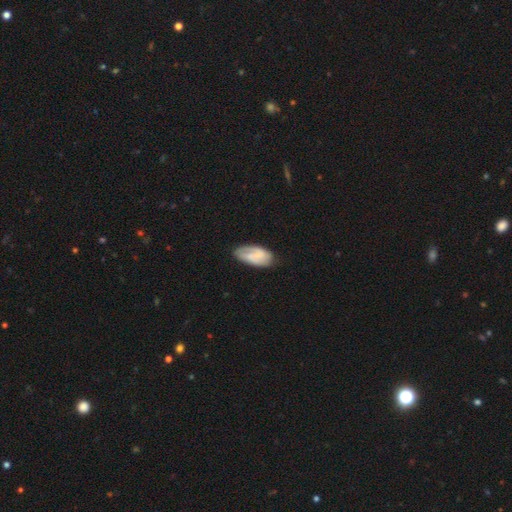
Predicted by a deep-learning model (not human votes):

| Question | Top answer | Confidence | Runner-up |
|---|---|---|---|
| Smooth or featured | smooth | 53% | featured or disk (40%) |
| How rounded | in between | 93% | cigar-shaped (4%) |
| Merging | none | 67% | minor disturbance (24%) |